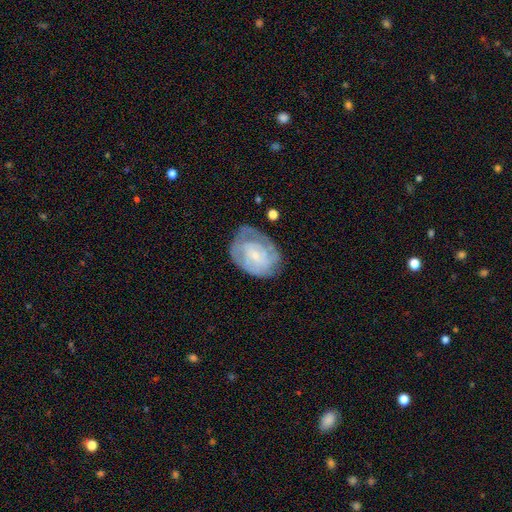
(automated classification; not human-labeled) A featured or disk galaxy (76%) with no bar (61%), tight (62%) spiral arms (90%) and a small central bulge (74%).

Vote fractions:
- Smooth or featured? featured or disk: 76% / smooth: 18% / star or artifact: 6%
- Edge-on disk? no: 98% / yes: 2%
- Bar? no: 61% / weak: 33% / strong: 6%
- Spiral arms? yes: 90% / no: 10%
- Spiral winding? tight: 62% / medium: 30% / loose: 8%
- Spiral arm count? can't tell: 40% / 2: 27% / 3: 18% / 4: 7% / 1: 5% / more than 4: 4%
- Bulge size? small: 74% / moderate: 18% / none: 6% / large: 1% / dominant: 1%
- Merging? none: 60% / minor disturbance: 26% / major disturbance: 13% / merger: 2%